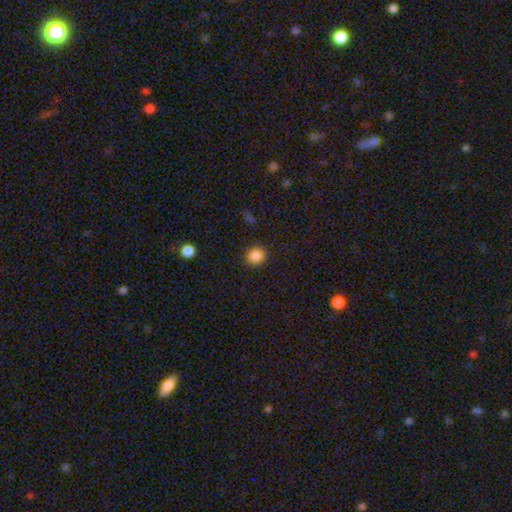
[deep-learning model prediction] Smooth or featured? smooth (87%)
How rounded? round (78%)
Merging? none (88%)